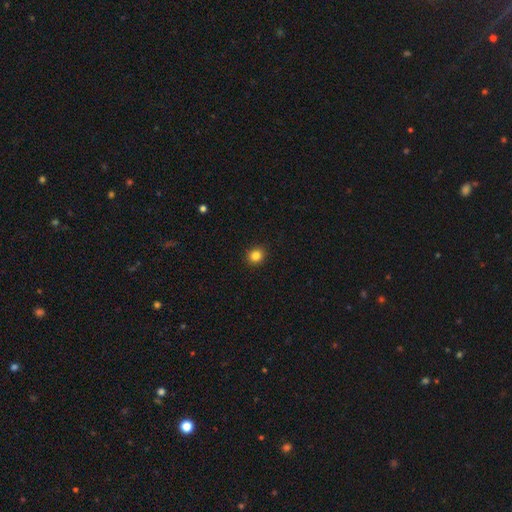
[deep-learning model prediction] Morphology: type=smooth (84%); roundness=round (85%); merging=none (92%).